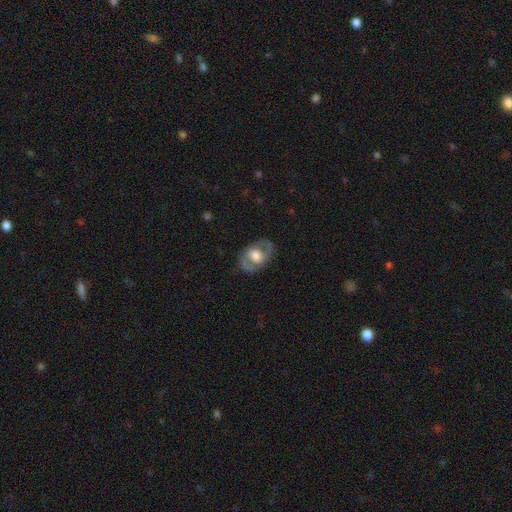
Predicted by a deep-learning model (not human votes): smooth_or_featured: featured or disk (p=0.66) [alt: smooth p=0.27]
disk_edge_on: no (p=0.94) [alt: yes p=0.06]
bar: no (p=0.58) [alt: weak p=0.32]
has_spiral_arms: yes (p=0.67) [alt: no p=0.33]
bulge_size: large (p=0.44) [alt: moderate p=0.42]
merging: none (p=0.78) [alt: minor disturbance p=0.14]